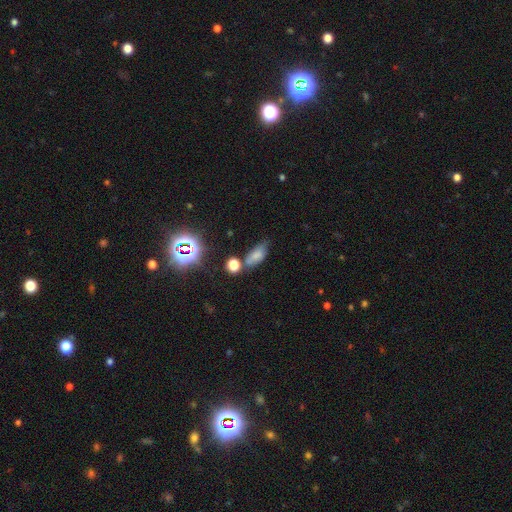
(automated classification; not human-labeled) Q: Smooth or featured?
A: smooth (67%); runner-up: star or artifact (20%)
Q: How rounded?
A: in between (80%); runner-up: cigar-shaped (12%)
Q: Merging?
A: none (56%); runner-up: minor disturbance (22%)